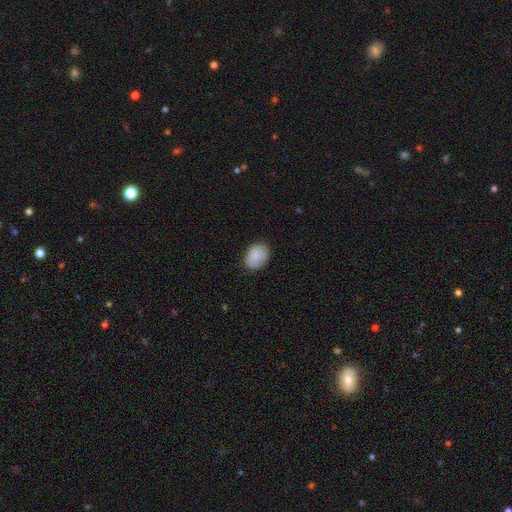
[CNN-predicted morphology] Smooth or featured? smooth (89%)
How rounded? in between (74%)
Merging? none (83%)